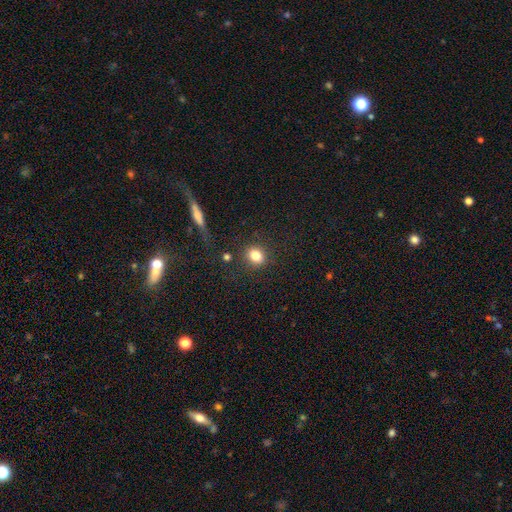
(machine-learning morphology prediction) This appears to be a smooth galaxy with no disk features (81%) that is round (65%). Merging: none (82%).